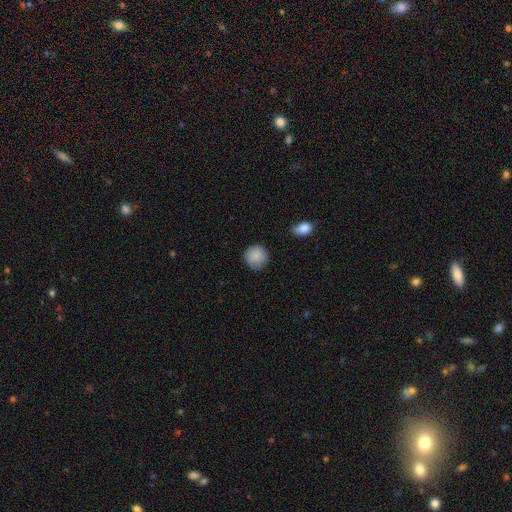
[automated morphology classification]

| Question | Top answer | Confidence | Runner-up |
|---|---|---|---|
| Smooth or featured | smooth | 88% | star or artifact (7%) |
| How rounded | round | 93% | in between (6%) |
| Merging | none | 86% | minor disturbance (10%) |